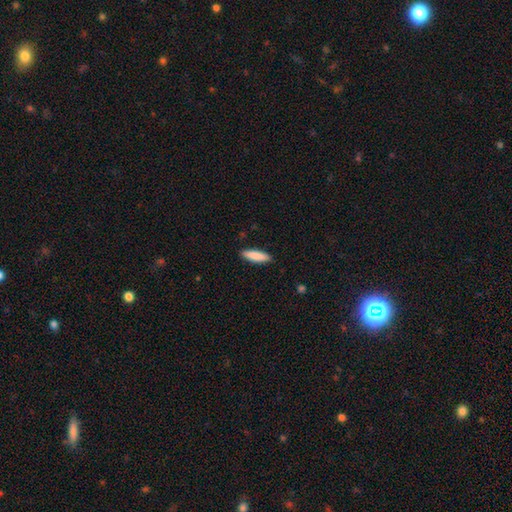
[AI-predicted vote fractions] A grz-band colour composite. It shows a smooth galaxy with no disk features (87%) that is cigar-shaped (61%). Merging: none (89%).